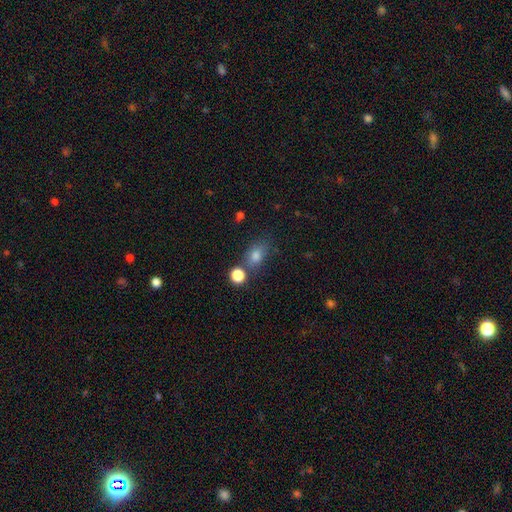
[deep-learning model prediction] This is likely a smooth galaxy (76%). How rounded: likely in between (65%). Merging: likely none (64%).